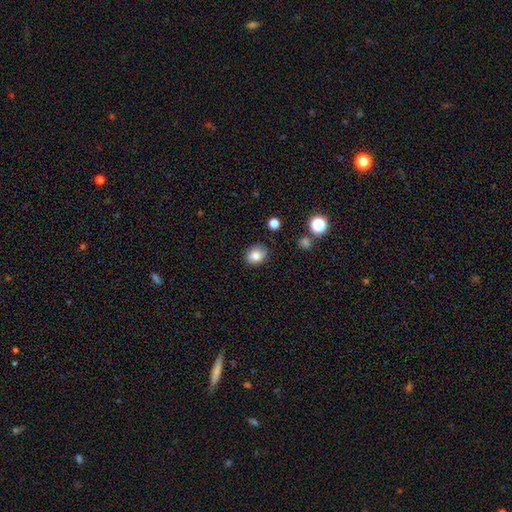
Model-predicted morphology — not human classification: type=smooth (82%); roundness=round (56%); merging=none (81%).